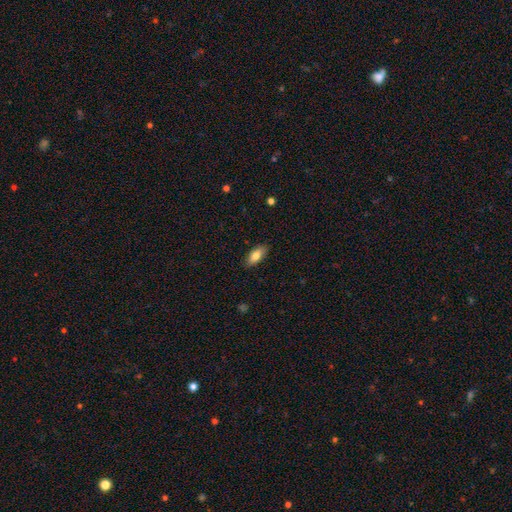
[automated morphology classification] Smooth or featured? Predicted: smooth (p=0.78). How rounded? Predicted: in between (p=0.82). Merging? Predicted: none (p=0.87).